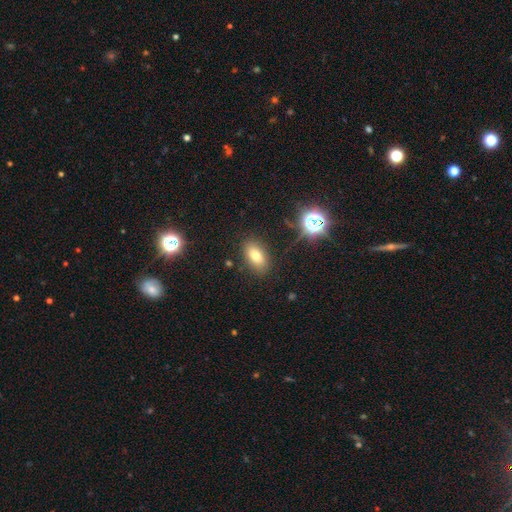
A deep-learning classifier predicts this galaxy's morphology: smooth_or_featured: smooth (p=0.72) [alt: star or artifact p=0.14]
how_rounded: in between (p=0.88) [alt: round p=0.08]
merging: none (p=0.85) [alt: minor disturbance p=0.10]